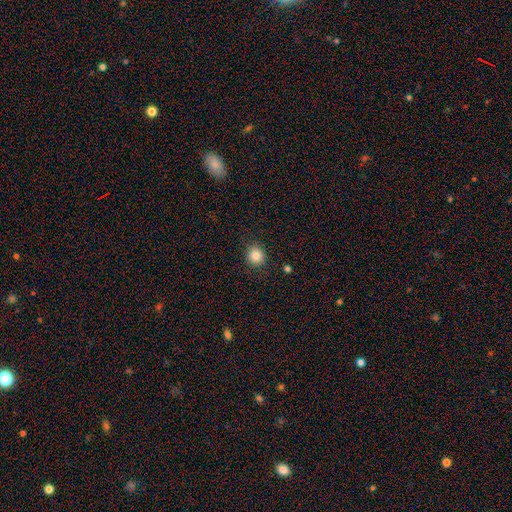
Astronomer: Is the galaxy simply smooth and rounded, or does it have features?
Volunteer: smooth — 86%.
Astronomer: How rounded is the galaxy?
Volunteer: round — 88%.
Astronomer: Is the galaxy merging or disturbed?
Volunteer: none — 94%.